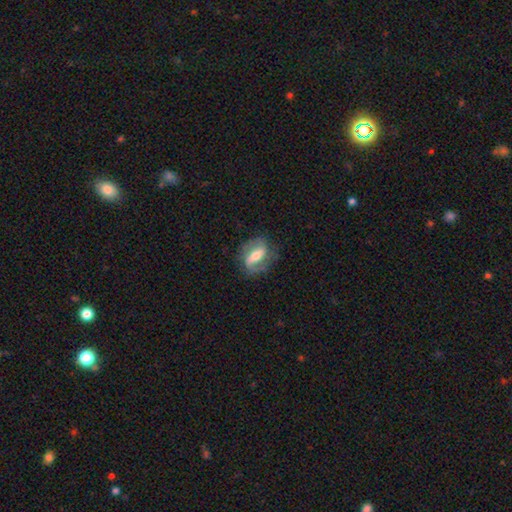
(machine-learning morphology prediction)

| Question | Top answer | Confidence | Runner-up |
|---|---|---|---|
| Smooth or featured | featured or disk | 70% | smooth (24%) |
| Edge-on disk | no | 91% | yes (9%) |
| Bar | strong | 52% | weak (32%) |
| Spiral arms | yes | 80% | no (20%) |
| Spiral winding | medium | 41% | loose (37%) |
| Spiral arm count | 2 | 80% | 1 (9%) |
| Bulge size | moderate | 62% | small (22%) |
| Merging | none | 72% | minor disturbance (18%) |